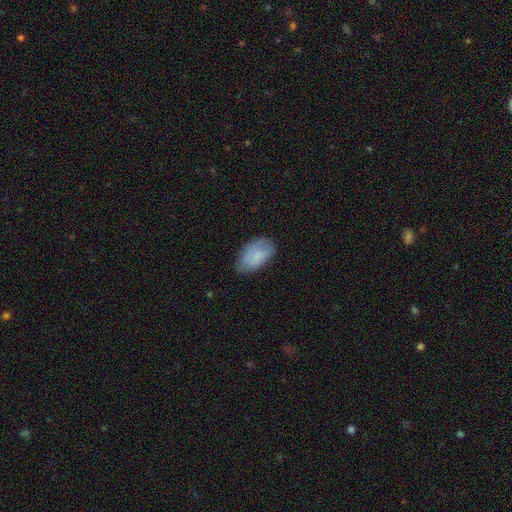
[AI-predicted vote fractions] A smooth galaxy with no disk features (80%) that is in between round and cigar-shaped (93%).

Vote fractions:
- Smooth or featured? smooth: 80% / featured or disk: 13% / star or artifact: 7%
- How rounded? in between: 93% / round: 5% / cigar-shaped: 2%
- Merging? none: 66% / minor disturbance: 27% / major disturbance: 6% / merger: 1%